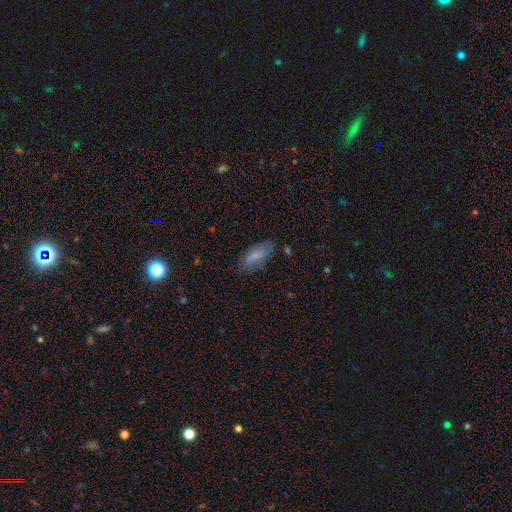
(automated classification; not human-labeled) The model was most divided on "merging": none: 69%, minor disturbance: 22%, major disturbance: 7%, merger: 2%. More confident: how rounded — in between (77%); smooth or featured — smooth (72%).